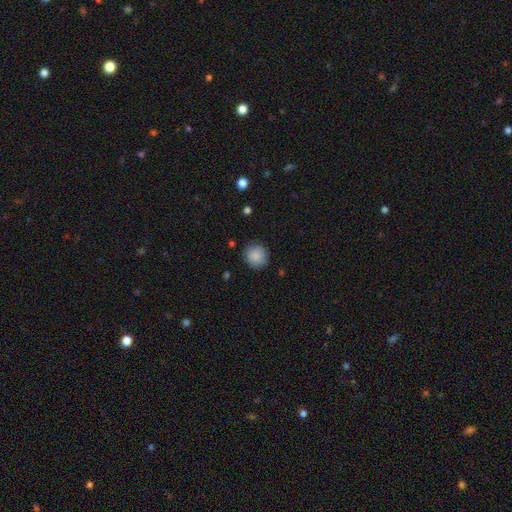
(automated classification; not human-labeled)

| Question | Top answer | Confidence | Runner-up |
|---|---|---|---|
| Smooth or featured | smooth | 87% | star or artifact (8%) |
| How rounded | round | 93% | in between (6%) |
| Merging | none | 88% | minor disturbance (9%) |